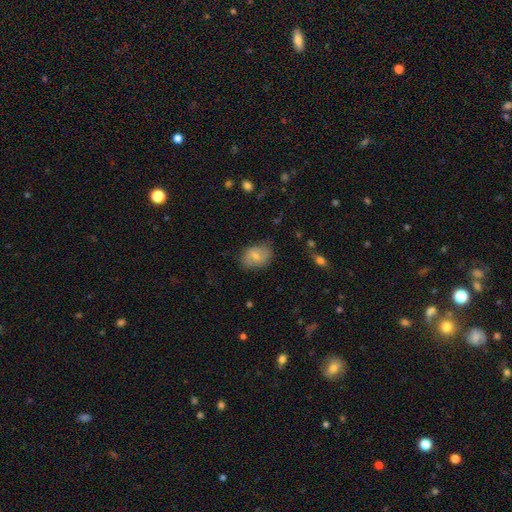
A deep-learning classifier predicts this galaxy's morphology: The model was most divided on "smooth or featured": smooth: 59%, featured or disk: 34%, star or artifact: 7%. More confident: merging — none (74%); how rounded — in between (72%).